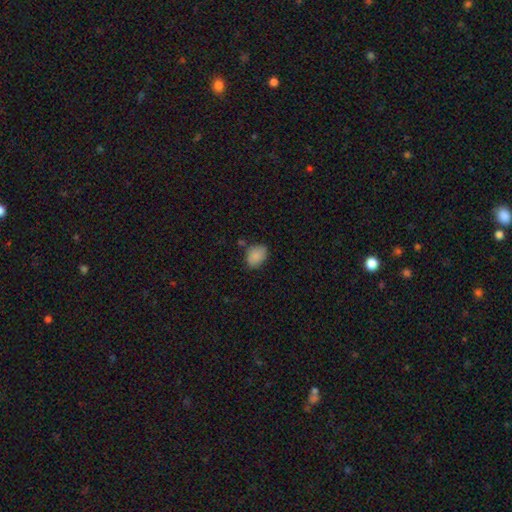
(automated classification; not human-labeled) Q: Smooth or featured?
A: smooth (87%); runner-up: star or artifact (8%)
Q: How rounded?
A: in between (73%); runner-up: round (26%)
Q: Merging?
A: none (68%); runner-up: minor disturbance (21%)